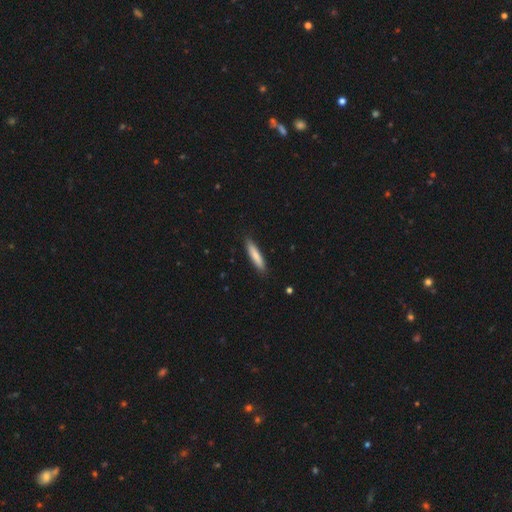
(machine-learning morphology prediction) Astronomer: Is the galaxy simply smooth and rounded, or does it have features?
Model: smooth — 79%.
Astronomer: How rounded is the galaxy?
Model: cigar-shaped — 83%.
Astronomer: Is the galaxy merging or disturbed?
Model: none — 88%.